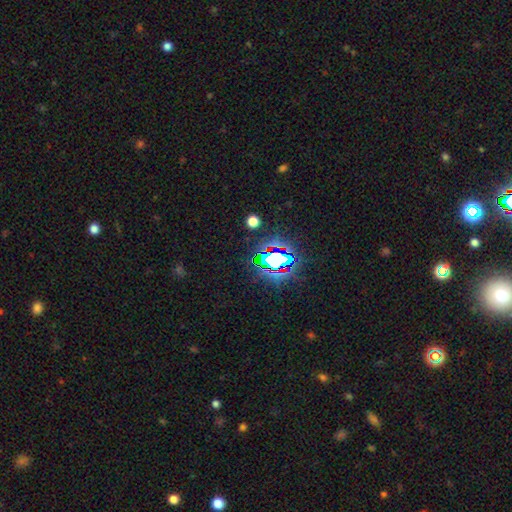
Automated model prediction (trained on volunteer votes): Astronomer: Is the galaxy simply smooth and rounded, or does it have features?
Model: star or artifact — 80%.